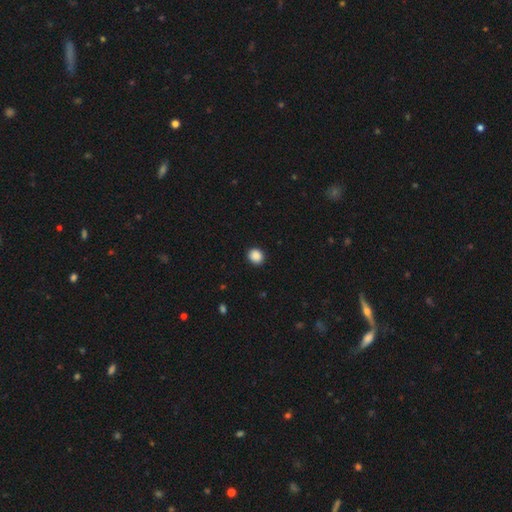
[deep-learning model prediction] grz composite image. It shows a smooth galaxy with no disk features (88%) that is round (80%). Merging: none (91%).